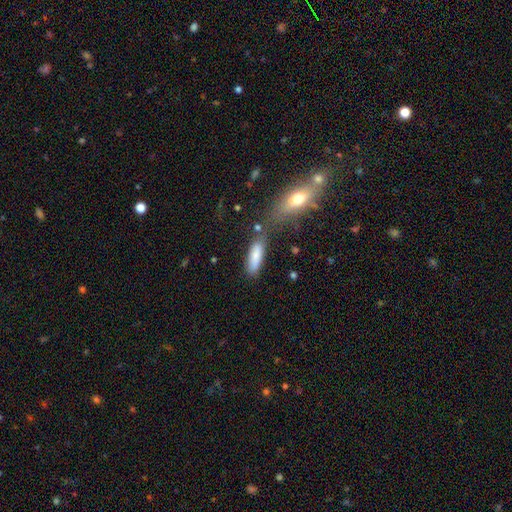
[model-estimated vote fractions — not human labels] Overall: smooth (82%). How rounded: in between (50%; cigar-shaped 48%). Merging: none (63%).